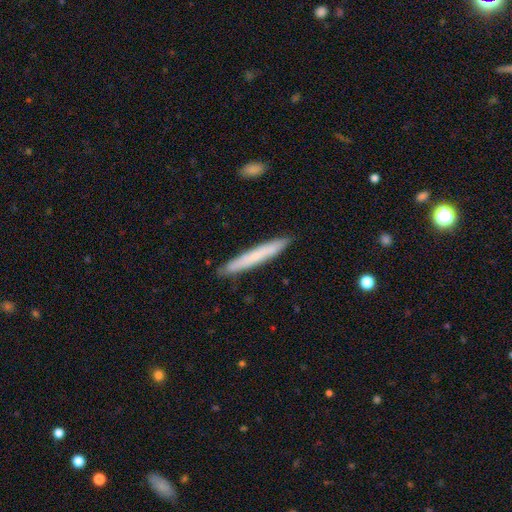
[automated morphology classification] smooth 64%, featured or disk 30%, star or artifact 6%. Down the decision tree: how rounded — cigar-shaped (96%); merging — none (90%).